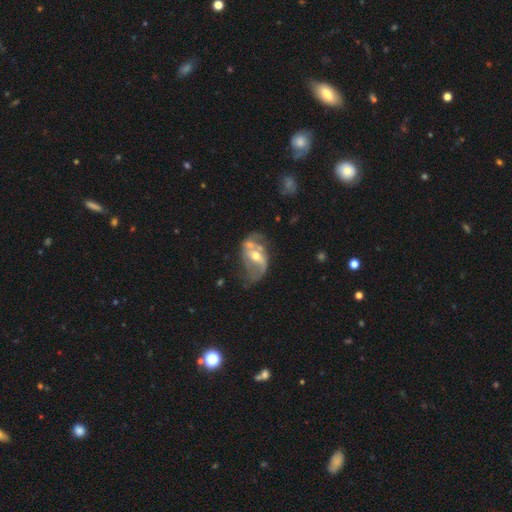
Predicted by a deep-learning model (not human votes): The model was most divided on "bar": weak: 40%, no: 31%, strong: 29%. Remaining: edge-on disk — no (96%); spiral arms — yes (83%); spiral arm count — 2 (82%); smooth or featured — featured or disk (81%); bulge size — moderate (67%); spiral winding — loose (56%); merging — none (43%).